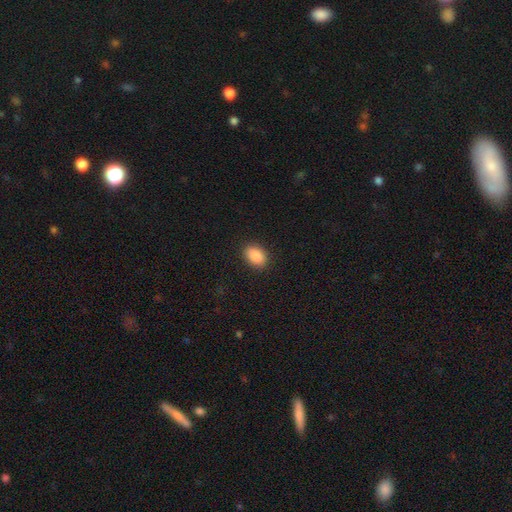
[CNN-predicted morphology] This is clearly a smooth galaxy (89%). How rounded: clearly in between (85%). Merging: clearly none (89%).